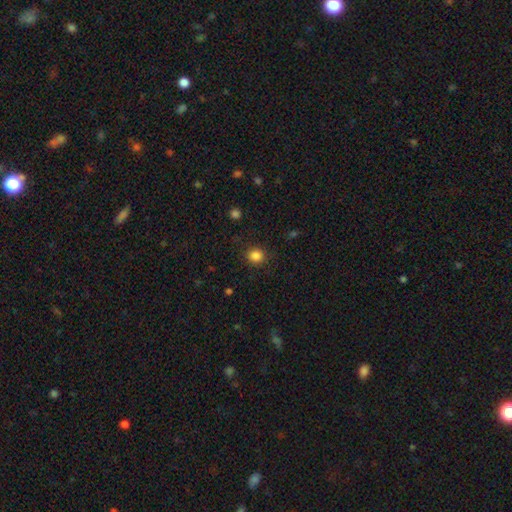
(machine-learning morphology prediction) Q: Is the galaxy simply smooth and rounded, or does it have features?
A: smooth — 85%.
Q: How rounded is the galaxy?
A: round — 86%.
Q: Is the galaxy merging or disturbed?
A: none — 88%.